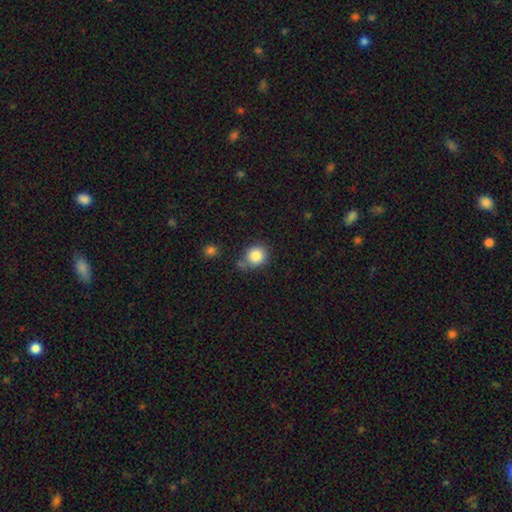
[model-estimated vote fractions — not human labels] Smooth or featured? smooth (85%)
How rounded? round (84%)
Merging? none (64%)